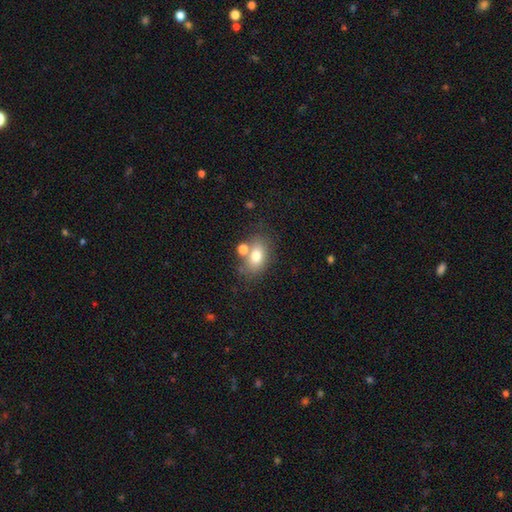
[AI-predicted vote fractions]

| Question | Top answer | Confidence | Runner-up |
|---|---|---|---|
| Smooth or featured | smooth | 75% | featured or disk (15%) |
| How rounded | in between | 79% | round (19%) |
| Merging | none | 61% | merger (20%) |